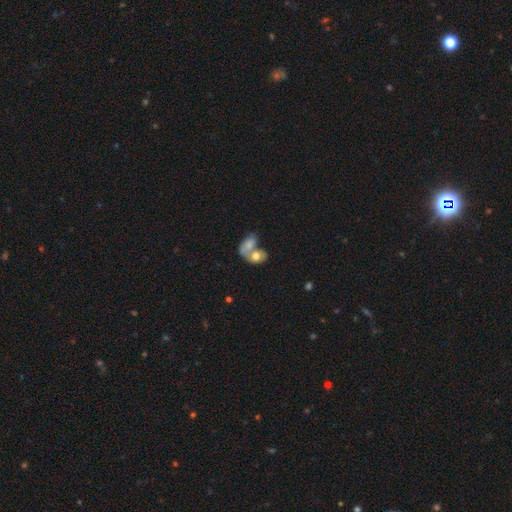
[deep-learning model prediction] Morphology: type=smooth (69%); roundness=in between (71%); merging=merger (71%).